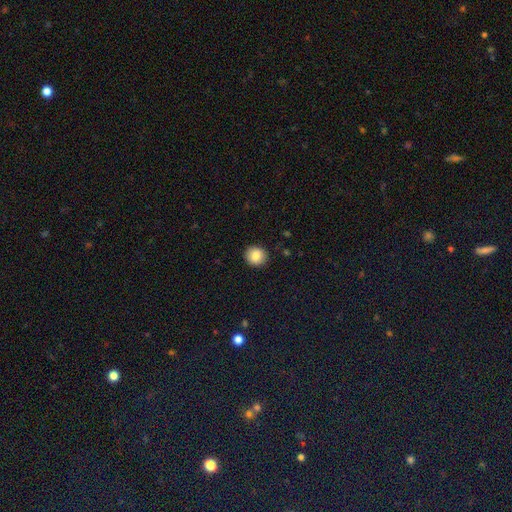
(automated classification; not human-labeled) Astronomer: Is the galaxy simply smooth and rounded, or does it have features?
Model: smooth — 84%.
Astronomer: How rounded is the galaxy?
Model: round — 88%.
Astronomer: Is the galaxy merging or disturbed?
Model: none — 91%.